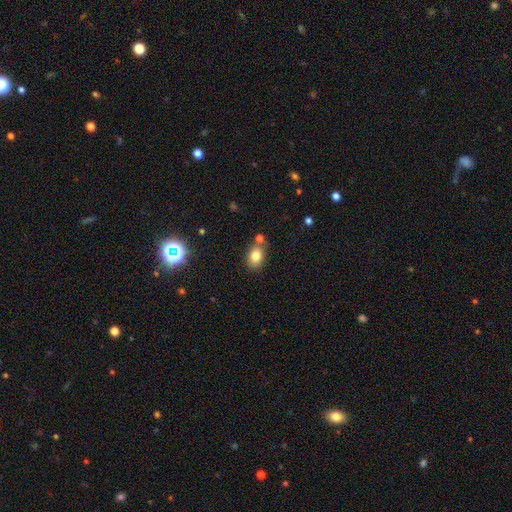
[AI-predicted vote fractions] Overall: smooth (80%). How rounded: in between (73%). Merging: none (69%).